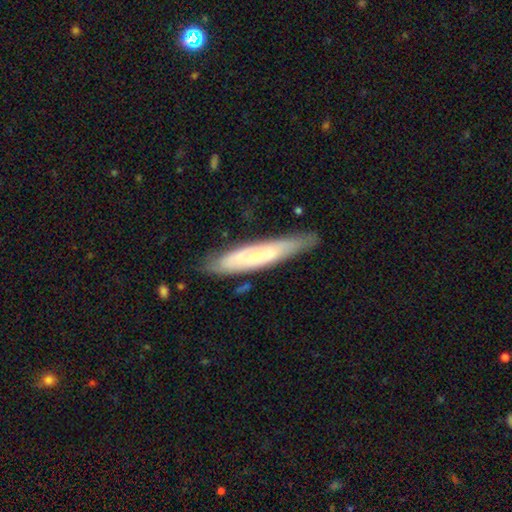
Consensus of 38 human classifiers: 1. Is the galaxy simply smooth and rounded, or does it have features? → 53% featured or disk, 45% smooth, 3% star or artifact.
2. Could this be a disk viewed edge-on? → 90% yes, 10% no.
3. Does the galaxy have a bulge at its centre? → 67% none, 22% rounded, 11% boxy.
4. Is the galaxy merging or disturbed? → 62% none, 24% minor disturbance, 11% major disturbance, 3% merger.